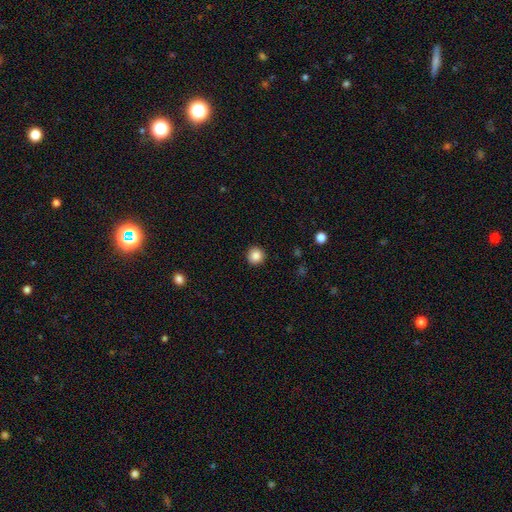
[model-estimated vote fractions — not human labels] The model was most divided on "smooth or featured": smooth: 86%, star or artifact: 10%, featured or disk: 4%. More confident: how rounded — round (94%); merging — none (92%).